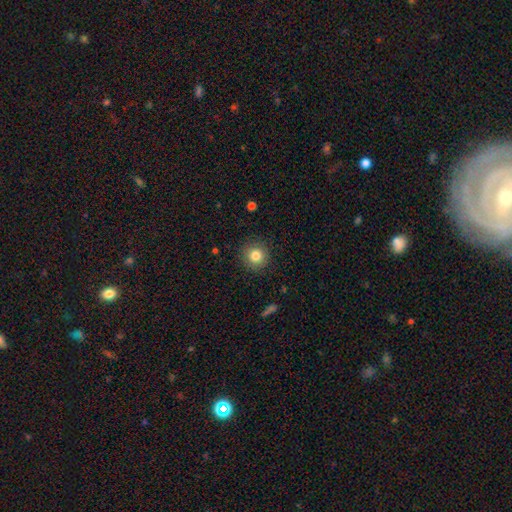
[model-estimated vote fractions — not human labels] Morphology: type=smooth (82%); roundness=round (93%); merging=none (89%).